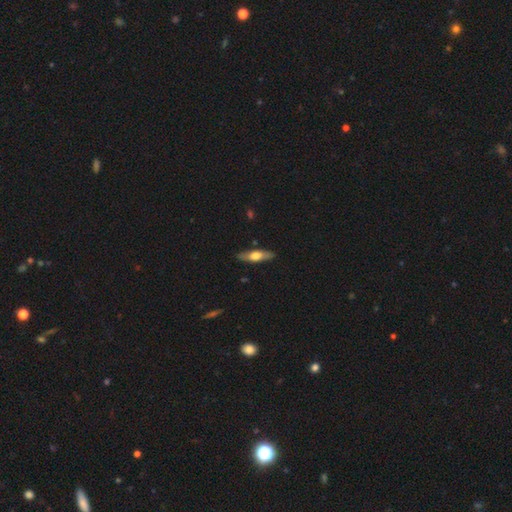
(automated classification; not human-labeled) Smooth or featured? Predicted: smooth (p=0.49). Merging? Predicted: none (p=0.88).